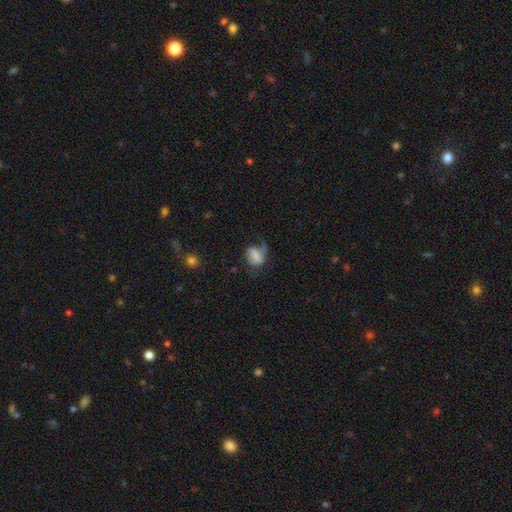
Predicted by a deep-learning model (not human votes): A smooth galaxy with no disk features (62%) that is in between round and cigar-shaped (77%).

Vote fractions:
- Smooth or featured? smooth: 62% / featured or disk: 27% / star or artifact: 11%
- How rounded? in between: 77% / round: 20% / cigar-shaped: 3%
- Merging? none: 35% / major disturbance: 31% / minor disturbance: 26% / merger: 7%